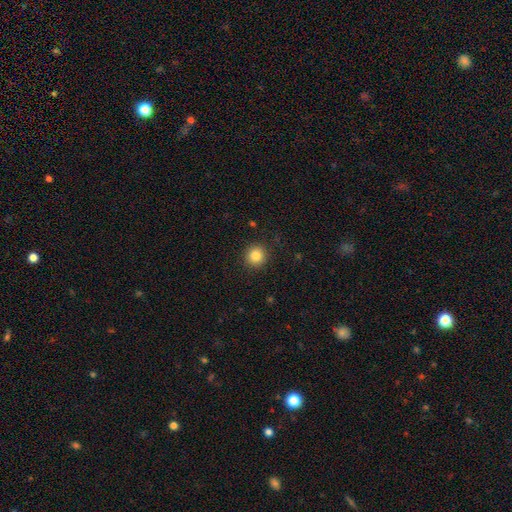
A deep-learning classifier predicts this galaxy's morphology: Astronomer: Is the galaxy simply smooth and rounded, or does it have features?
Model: smooth — 84%.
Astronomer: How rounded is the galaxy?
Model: round — 93%.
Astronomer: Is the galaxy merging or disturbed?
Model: none — 91%.